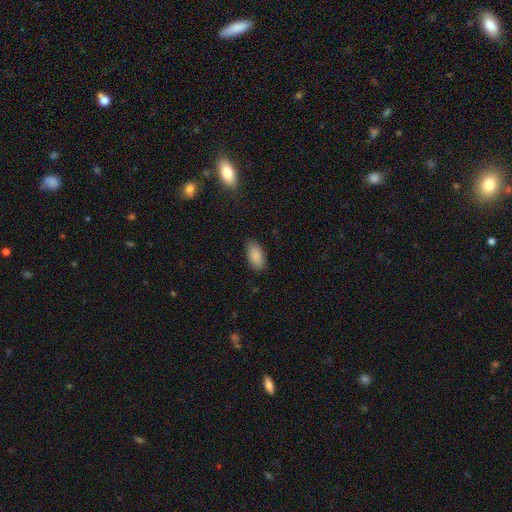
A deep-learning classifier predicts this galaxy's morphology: Smooth or featured? Predicted: smooth (p=0.89). How rounded? Predicted: in between (p=0.94). Merging? Predicted: none (p=0.85).